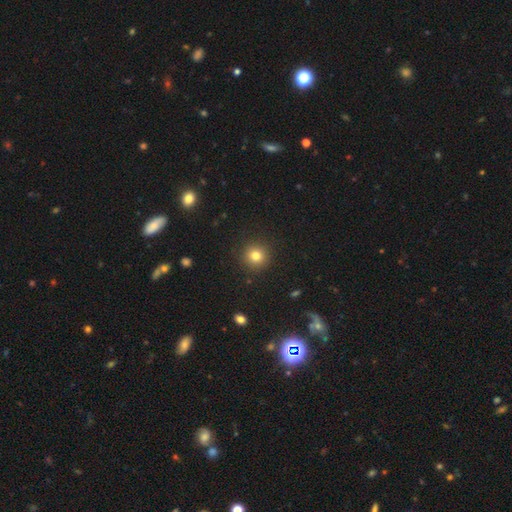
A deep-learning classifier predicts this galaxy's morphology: Overall: smooth (81%). How rounded: round (93%). Merging: none (91%).